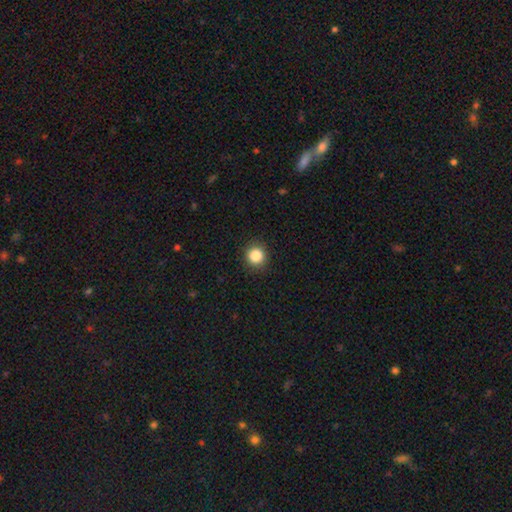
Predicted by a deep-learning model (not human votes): smooth 85%, star or artifact 11%, featured or disk 4%. Down the decision tree: how rounded — round (94%); merging — none (91%).